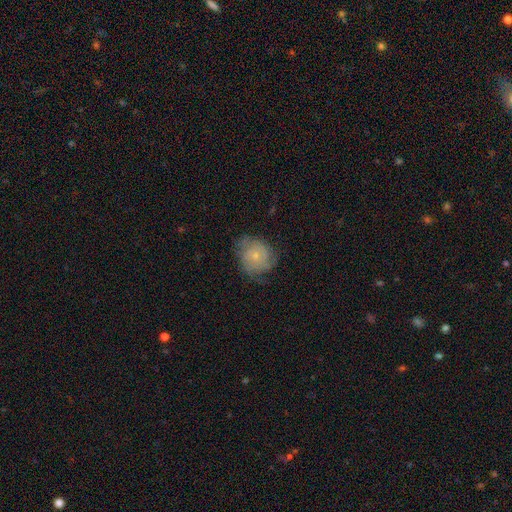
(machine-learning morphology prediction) Smooth or featured? featured or disk (49%)
Merging? none (63%)